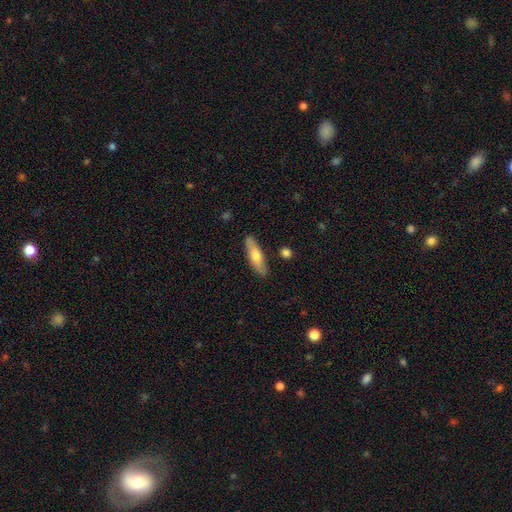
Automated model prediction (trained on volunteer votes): Smooth or featured?
  - smooth: 61% *
  - featured or disk: 33%
  - star or artifact: 6%
How rounded?
  - cigar-shaped: 61% *
  - in between: 37%
  - round: 2%
Merging?
  - none: 86% *
  - minor disturbance: 10%
  - merger: 2%
  - major disturbance: 2%